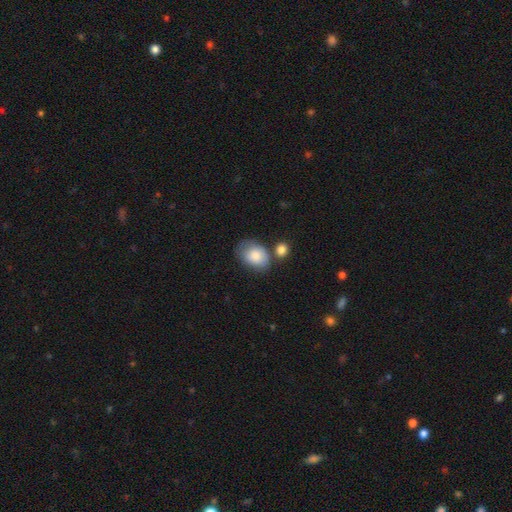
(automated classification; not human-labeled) Q: Smooth or featured?
A: smooth (83%); runner-up: featured or disk (11%)
Q: How rounded?
A: in between (71%); runner-up: round (28%)
Q: Merging?
A: none (52%); runner-up: minor disturbance (24%)